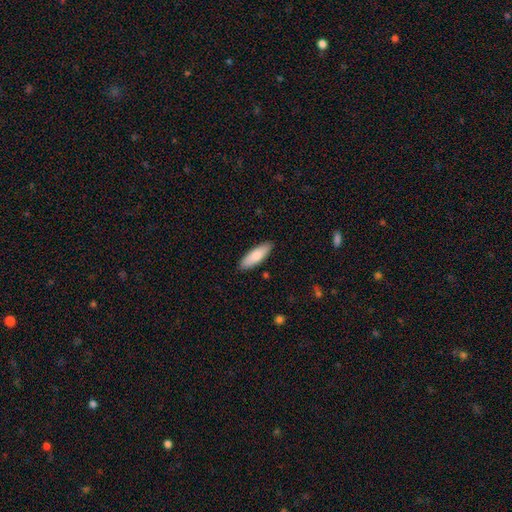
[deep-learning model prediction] Overall: smooth (83%). How rounded: in between (54%; cigar-shaped 44%). Merging: none (89%).